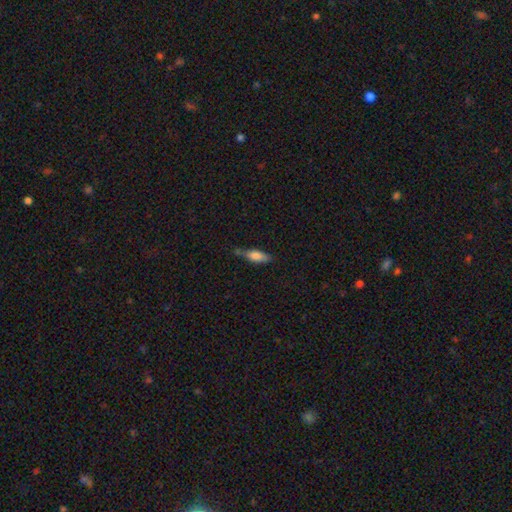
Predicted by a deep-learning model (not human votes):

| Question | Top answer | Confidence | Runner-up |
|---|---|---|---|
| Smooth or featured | smooth | 76% | featured or disk (17%) |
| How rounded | in between | 59% | cigar-shaped (38%) |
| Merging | none | 55% | minor disturbance (29%) |